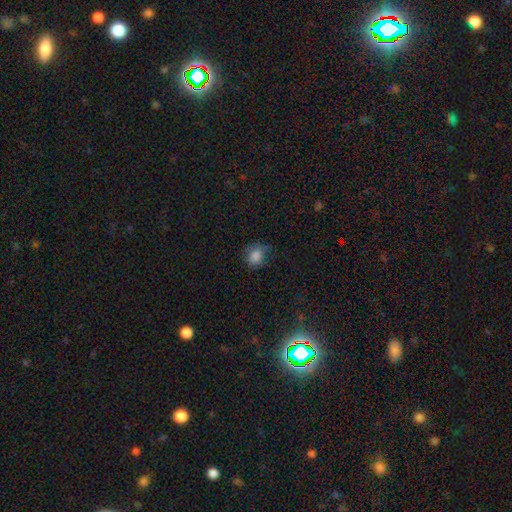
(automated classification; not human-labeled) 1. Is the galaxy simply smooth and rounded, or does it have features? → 82% smooth, 11% star or artifact, 6% featured or disk.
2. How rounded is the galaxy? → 67% round, 32% in between, 1% cigar-shaped.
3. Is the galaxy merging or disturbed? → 65% none, 25% minor disturbance, 8% major disturbance, 2% merger.